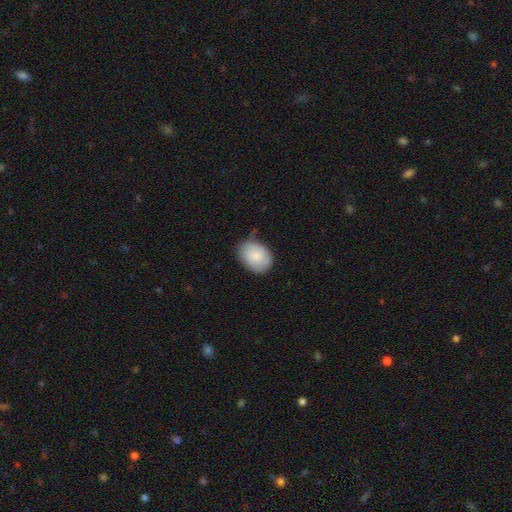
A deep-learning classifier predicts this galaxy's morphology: type=smooth (79%); roundness=in between (68%); merging=none (57%).